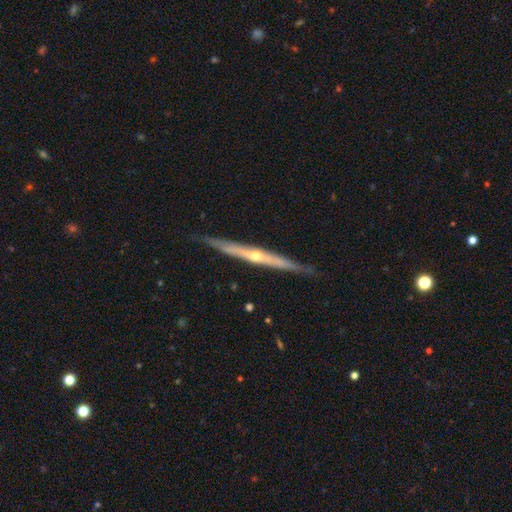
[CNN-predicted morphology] smooth-or-featured: featured or disk: 80% | smooth: 15% | star or artifact: 6%
  disk-edge-on: yes: 97% | no: 3%
    edge-on-bulge: rounded: 73% | none: 23% | boxy: 4%
  merging: none: 89% | minor disturbance: 8% | major disturbance: 1% | merger: 1%